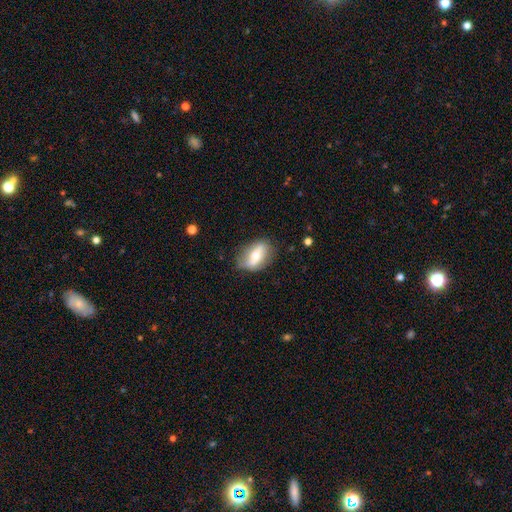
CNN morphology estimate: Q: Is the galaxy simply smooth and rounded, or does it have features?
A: featured or disk — 48%.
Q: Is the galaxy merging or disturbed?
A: none — 74%.